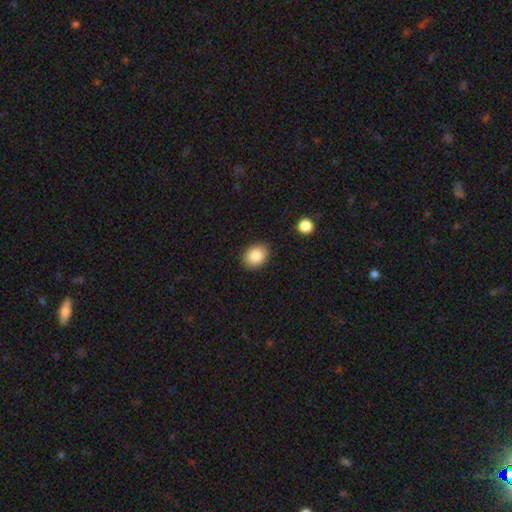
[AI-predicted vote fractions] A smooth galaxy with no disk features (86%) that is in between round and cigar-shaped (57%).

Vote fractions:
- Smooth or featured? smooth: 86% / star or artifact: 8% / featured or disk: 6%
- How rounded? in between: 57% / round: 42% / cigar-shaped: 1%
- Merging? none: 86% / minor disturbance: 10% / major disturbance: 2% / merger: 2%